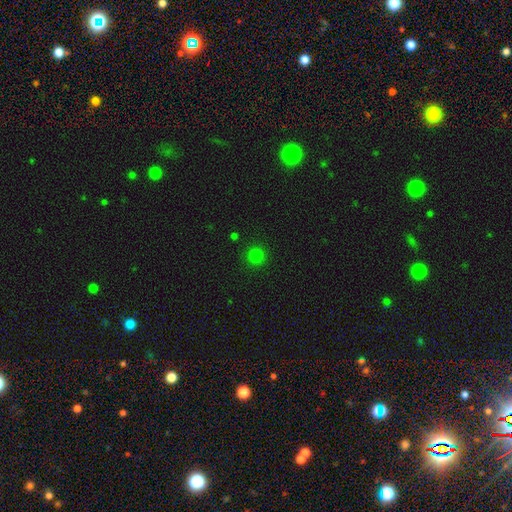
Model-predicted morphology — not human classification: Smooth or featured? Predicted: smooth (p=0.79). How rounded? Predicted: round (p=0.94). Merging? Predicted: none (p=0.91).